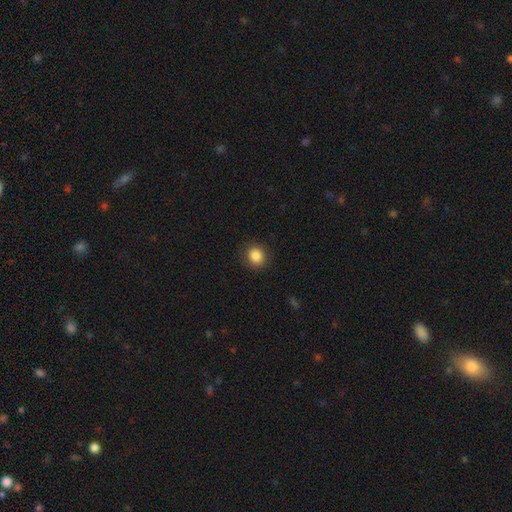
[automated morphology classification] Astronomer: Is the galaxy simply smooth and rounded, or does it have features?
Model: smooth — 86%.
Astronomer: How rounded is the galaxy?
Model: round — 80%.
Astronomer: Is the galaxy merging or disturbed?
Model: none — 89%.